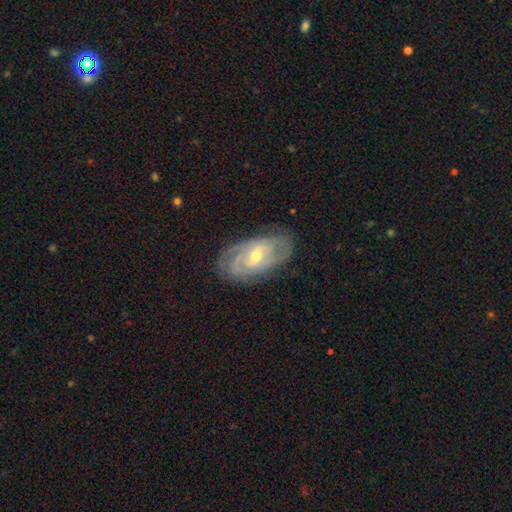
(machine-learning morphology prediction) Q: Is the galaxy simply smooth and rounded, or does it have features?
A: featured or disk — 80%.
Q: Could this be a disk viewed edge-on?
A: no — 93%.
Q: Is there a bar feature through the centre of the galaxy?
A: weak — 49%.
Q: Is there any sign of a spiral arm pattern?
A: yes — 90%.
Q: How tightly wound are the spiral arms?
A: tight — 60%.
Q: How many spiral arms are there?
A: can't tell — 36%.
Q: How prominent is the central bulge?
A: moderate — 54%.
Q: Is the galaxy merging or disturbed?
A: none — 77%.